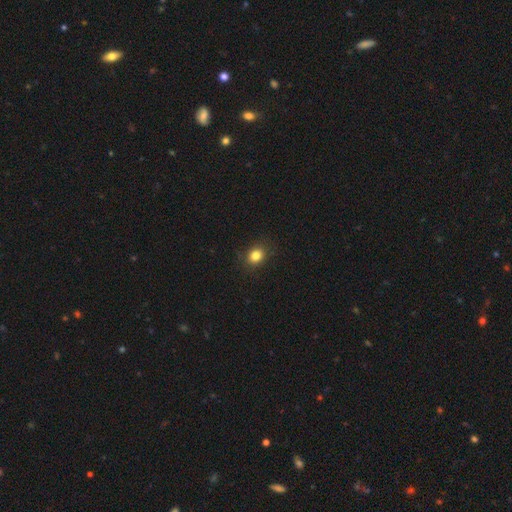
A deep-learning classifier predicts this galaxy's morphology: smooth 83%, star or artifact 12%, featured or disk 5%. Down the decision tree: how rounded — round (62%); merging — none (88%).